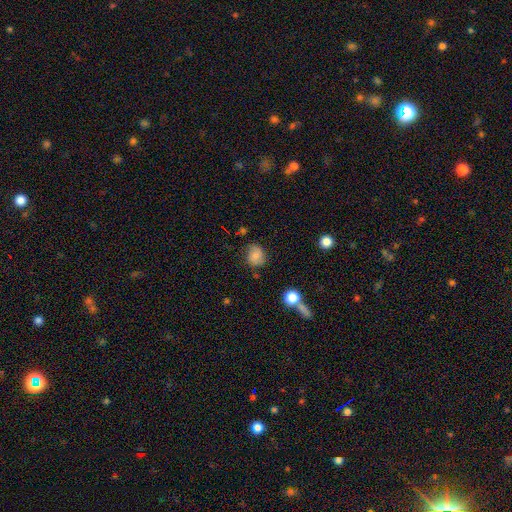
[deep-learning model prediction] smooth 74%, featured or disk 16%, star or artifact 10%. Down the decision tree: how rounded — round (66%); merging — none (69%).